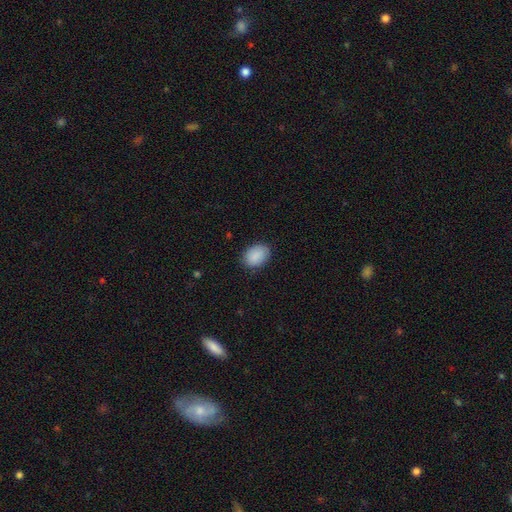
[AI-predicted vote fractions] This is clearly a smooth galaxy (90%). How rounded: likely in between (77%). Merging: clearly none (84%).